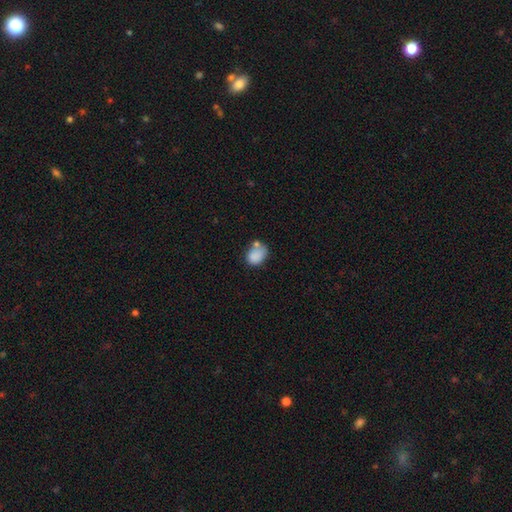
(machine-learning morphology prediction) A smooth galaxy with no disk features (82%) that is in between round and cigar-shaped (61%).

Vote fractions:
- Smooth or featured? smooth: 82% / star or artifact: 10% / featured or disk: 9%
- How rounded? in between: 61% / round: 38% / cigar-shaped: 1%
- Merging? none: 45% / merger: 23% / minor disturbance: 22% / major disturbance: 9%